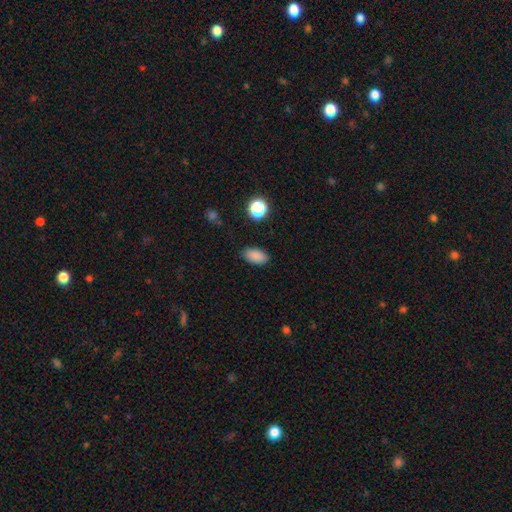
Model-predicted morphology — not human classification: A smooth galaxy with no disk features (86%) that is in between round and cigar-shaped (91%). Merging: none (87%).